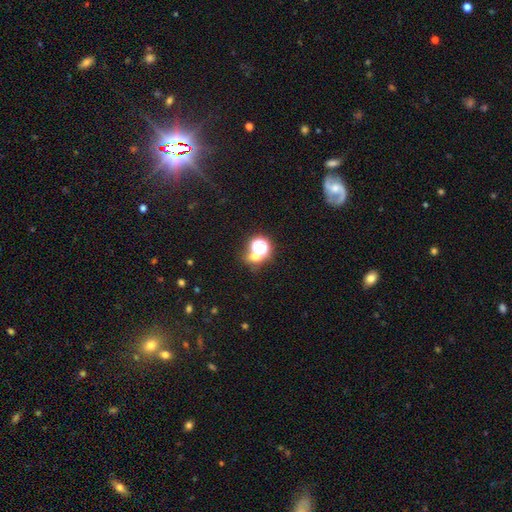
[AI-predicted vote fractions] Smooth or featured? star or artifact (52%)